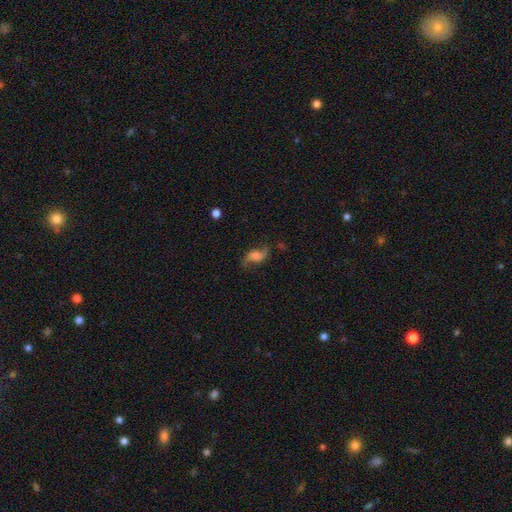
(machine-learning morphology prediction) This appears to be a featured or disk galaxy (70%) with no bar (56%), 2 (91%) loose (84%) spiral arms (93%) and no central bulge (34%). Merging: none (69%).